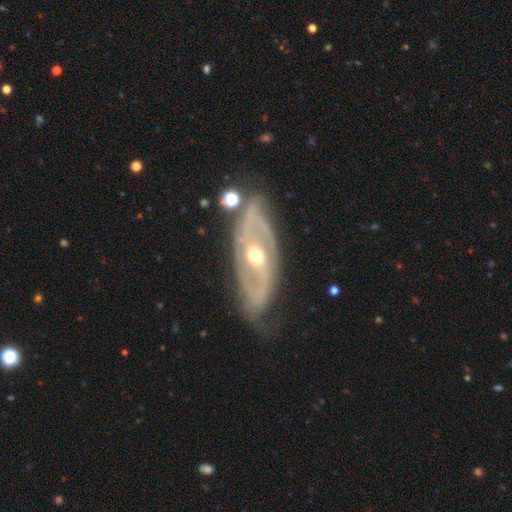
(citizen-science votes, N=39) Smooth or featured? 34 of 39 (87%) said featured or disk. Edge-on disk? 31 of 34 (91%) said no. Bar? 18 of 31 (58%) said weak. Spiral arms? 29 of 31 (94%) said yes. Spiral winding? 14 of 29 (48%) said medium. Spiral arm count? 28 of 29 (97%) said 2. Bulge size? 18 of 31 (58%) said moderate. Merging? 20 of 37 (54%) said none.